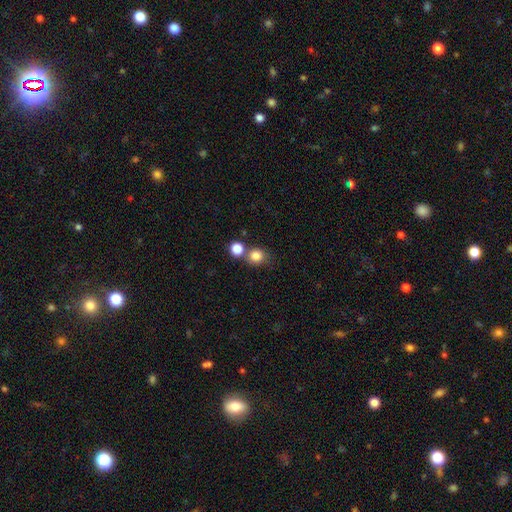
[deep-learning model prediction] A smooth galaxy with no disk features (82%) that is round (84%).

Vote fractions:
- Smooth or featured? smooth: 82% / star or artifact: 12% / featured or disk: 6%
- How rounded? round: 84% / in between: 15% / cigar-shaped: 1%
- Merging? none: 61% / merger: 26% / minor disturbance: 9% / major disturbance: 4%